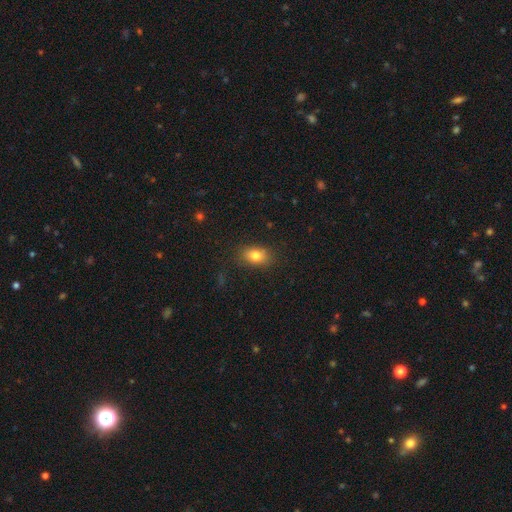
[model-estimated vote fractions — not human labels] Overall: smooth (80%). How rounded: in between (79%). Merging: none (84%).